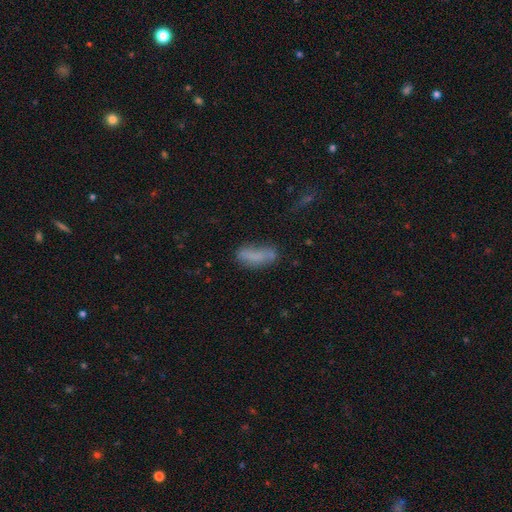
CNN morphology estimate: A smooth galaxy with no disk features (68%) that is in between round and cigar-shaped (68%).

Vote fractions:
- Smooth or featured? smooth: 68% / featured or disk: 20% / star or artifact: 12%
- How rounded? in between: 68% / cigar-shaped: 29% / round: 3%
- Merging? none: 47% / minor disturbance: 27% / major disturbance: 15% / merger: 11%